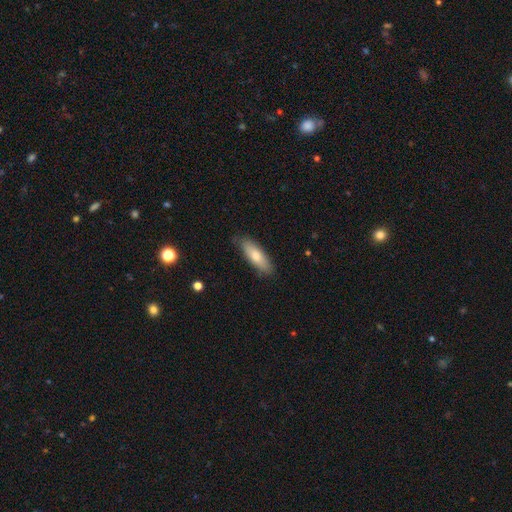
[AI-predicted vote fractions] Smooth or featured: smooth — 74% (featured or disk — 20%)
How rounded: in between — 55% (cigar-shaped — 43%)
Merging: none — 82% (minor disturbance — 15%)